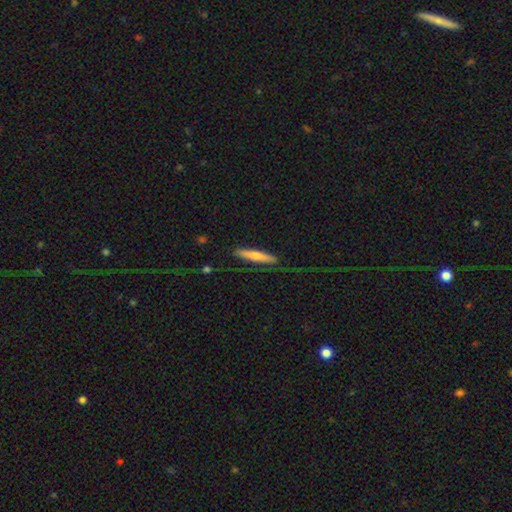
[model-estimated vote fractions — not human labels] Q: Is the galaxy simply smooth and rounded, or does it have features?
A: smooth — 62%.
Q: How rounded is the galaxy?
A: cigar-shaped — 90%.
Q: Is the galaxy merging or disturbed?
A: none — 77%.